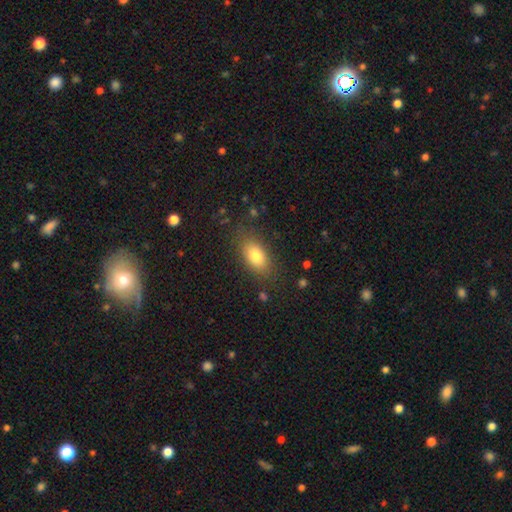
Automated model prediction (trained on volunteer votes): This appears to be a smooth galaxy with no disk features (80%) that is in between round and cigar-shaped (86%). Merging: none (81%).